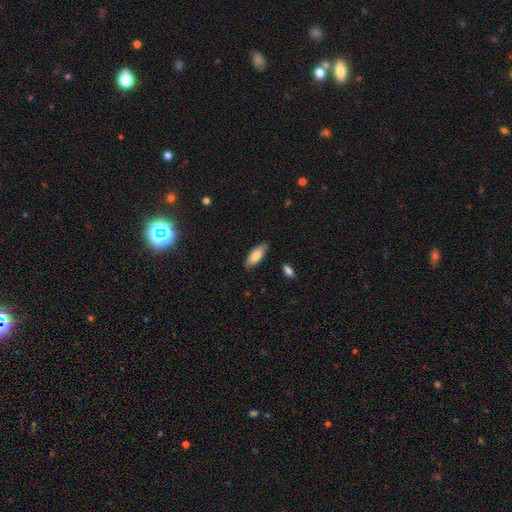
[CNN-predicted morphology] Q: Smooth or featured?
A: smooth (78%); runner-up: featured or disk (16%)
Q: How rounded?
A: in between (77%); runner-up: cigar-shaped (21%)
Q: Merging?
A: none (83%); runner-up: minor disturbance (13%)